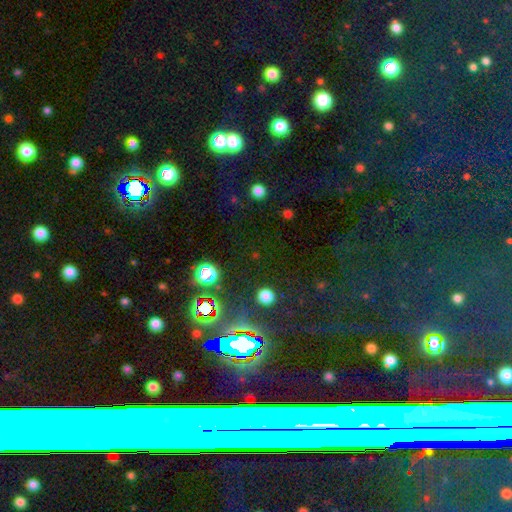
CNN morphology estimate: Smooth or featured?
  - star or artifact: 62% *
  - smooth: 28%
  - featured or disk: 11%